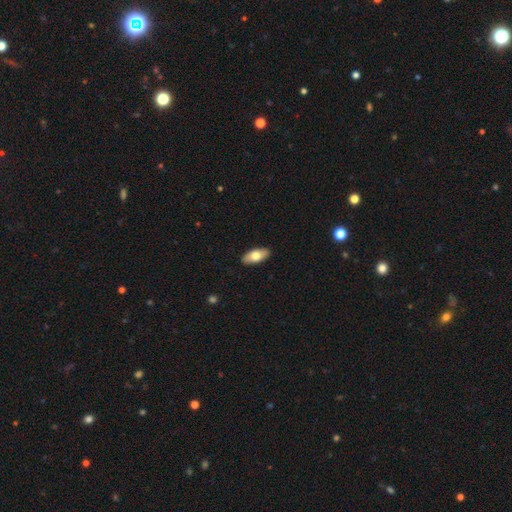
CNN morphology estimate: This is likely a smooth galaxy (72%). How rounded: clearly in between (87%). Merging: clearly none (90%).